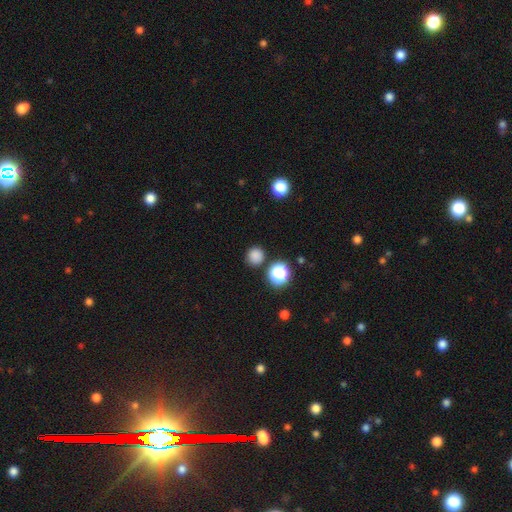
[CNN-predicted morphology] A smooth galaxy with no disk features (80%) that is round (91%).

Vote fractions:
- Smooth or featured? smooth: 80% / star or artifact: 16% / featured or disk: 4%
- How rounded? round: 91% / in between: 8% / cigar-shaped: 1%
- Merging? none: 84% / minor disturbance: 8% / merger: 5% / major disturbance: 3%